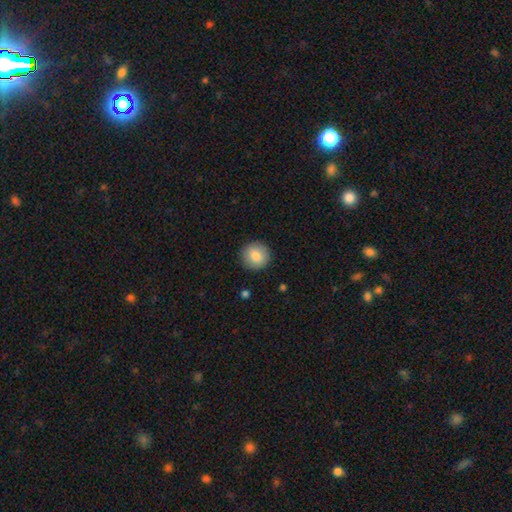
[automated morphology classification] Smooth or featured? Predicted: smooth (p=0.83). How rounded? Predicted: round (p=0.94). Merging? Predicted: none (p=0.90).